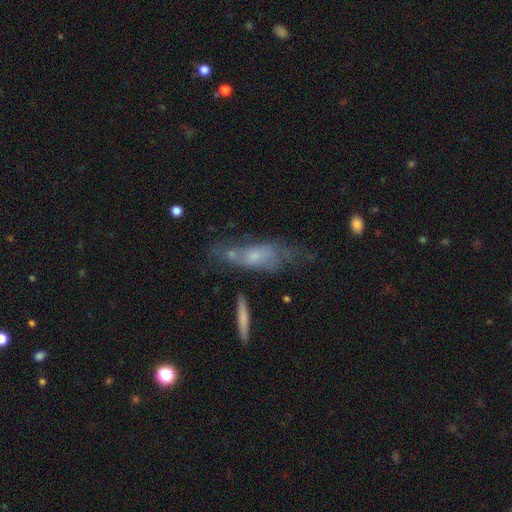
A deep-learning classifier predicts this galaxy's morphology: A featured or disk galaxy (48%). Merging: none (37%).